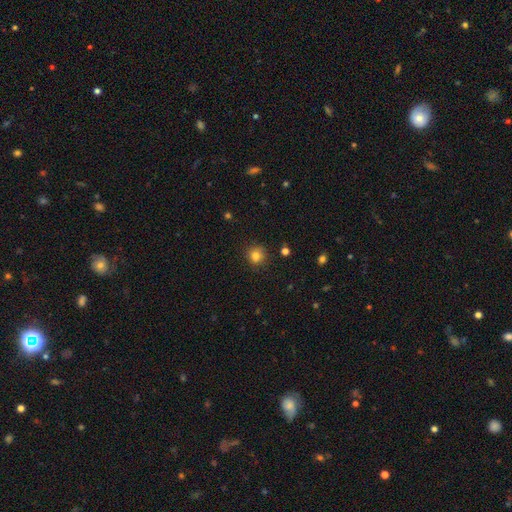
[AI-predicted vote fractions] Smooth or featured?
  - smooth: 81% *
  - star or artifact: 13%
  - featured or disk: 6%
How rounded?
  - round: 89% *
  - in between: 10%
  - cigar-shaped: 1%
Merging?
  - none: 84% *
  - minor disturbance: 11%
  - major disturbance: 3%
  - merger: 2%